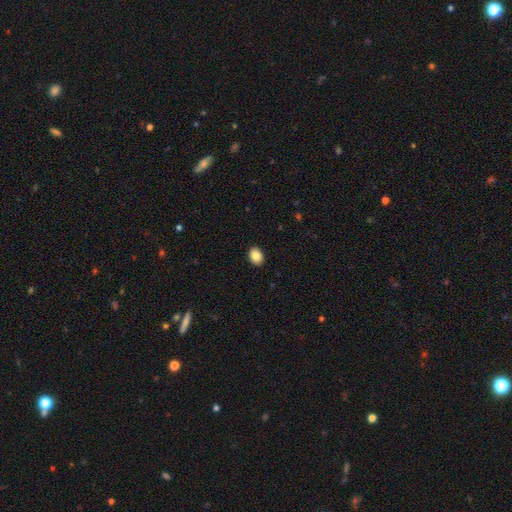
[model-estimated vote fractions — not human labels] Smooth or featured?
  - smooth: 86% *
  - star or artifact: 8%
  - featured or disk: 6%
How rounded?
  - in between: 71% *
  - round: 28%
  - cigar-shaped: 1%
Merging?
  - none: 91% *
  - minor disturbance: 6%
  - major disturbance: 2%
  - merger: 1%